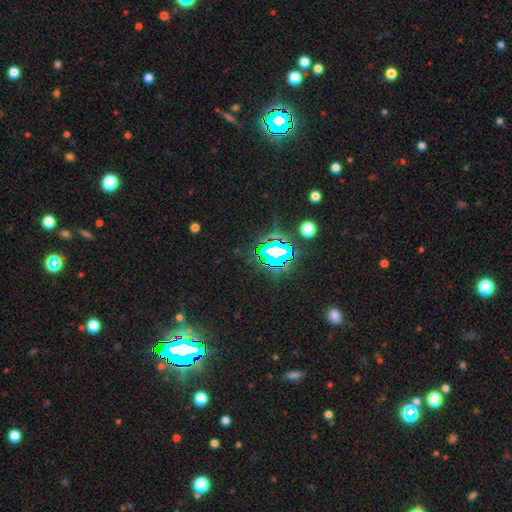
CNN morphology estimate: Smooth or featured? Predicted: star or artifact (p=0.83).